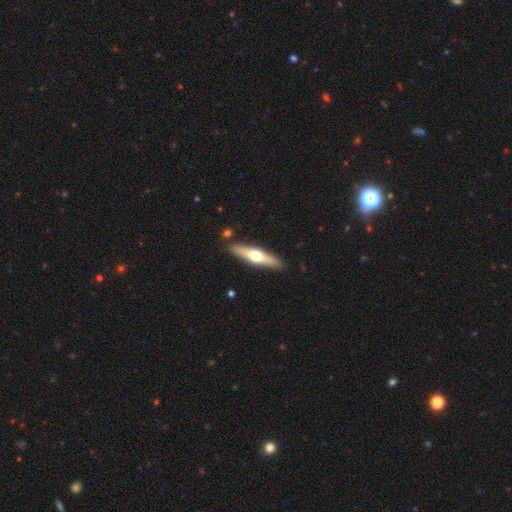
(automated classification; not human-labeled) smooth-or-featured: featured or disk: 54% | smooth: 41% | star or artifact: 5%
  disk-edge-on: yes: 91% | no: 9%
  merging: none: 88% | minor disturbance: 8% | merger: 2% | major disturbance: 2%